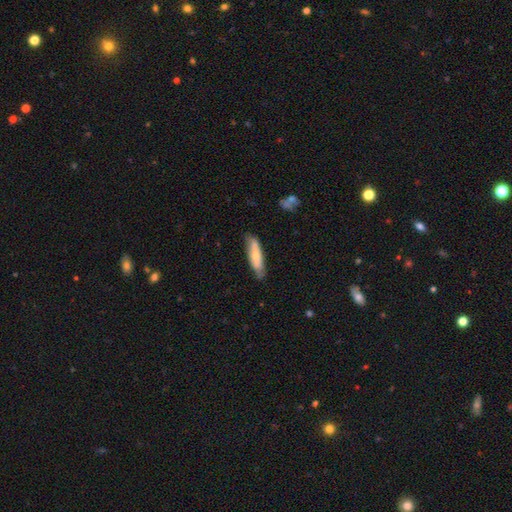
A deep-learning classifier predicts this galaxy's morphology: smooth_or_featured: smooth (p=0.58) [alt: featured or disk p=0.36]
how_rounded: cigar-shaped (p=0.61) [alt: in between p=0.37]
merging: none (p=0.73) [alt: minor disturbance p=0.21]